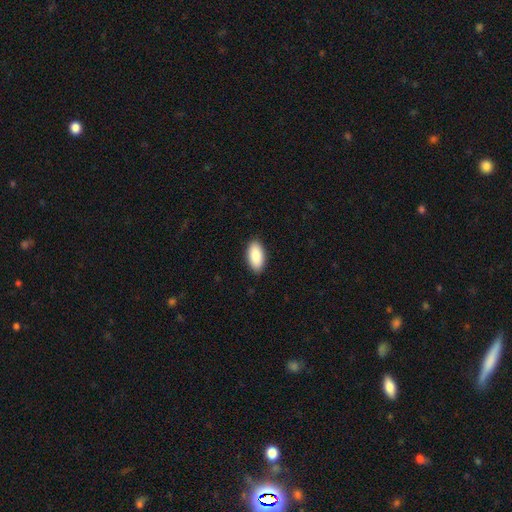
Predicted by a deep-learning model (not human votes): Smooth or featured? Predicted: smooth (p=0.89). How rounded? Predicted: in between (p=0.94). Merging? Predicted: none (p=0.89).